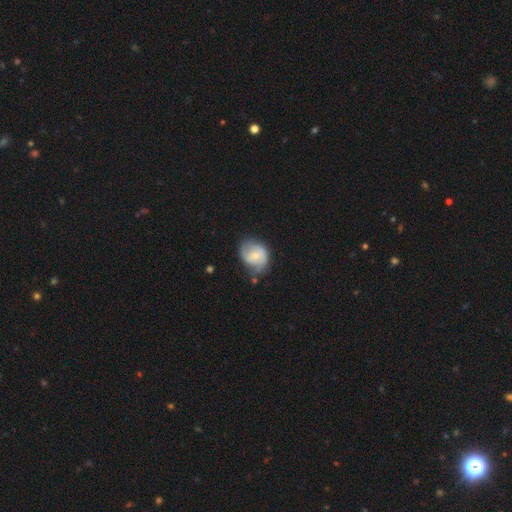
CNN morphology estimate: A featured or disk galaxy (53%) with no bar (63%), spiral arms (73%) and a small central bulge (56%).

Vote fractions:
- Smooth or featured? featured or disk: 53% / smooth: 41% / star or artifact: 7%
- Edge-on disk? no: 97% / yes: 3%
- Bar? no: 63% / weak: 30% / strong: 7%
- Spiral arms? yes: 73% / no: 27%
- Bulge size? small: 56% / moderate: 39% / none: 2% / large: 2% / dominant: 1%
- Merging? none: 48% / minor disturbance: 34% / major disturbance: 14% / merger: 4%